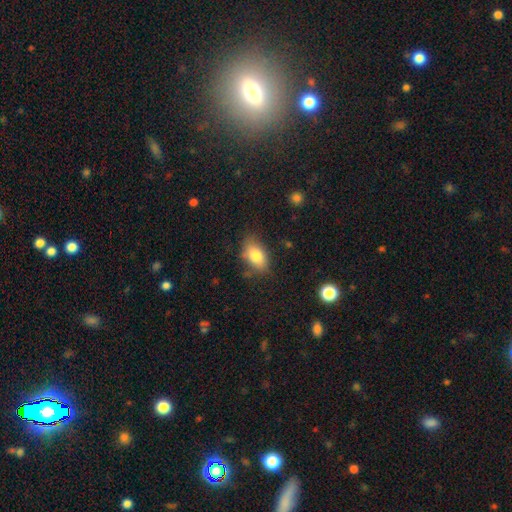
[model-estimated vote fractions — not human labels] Q: Smooth or featured?
A: smooth (80%); runner-up: featured or disk (12%)
Q: How rounded?
A: in between (88%); runner-up: round (9%)
Q: Merging?
A: none (72%); runner-up: minor disturbance (21%)